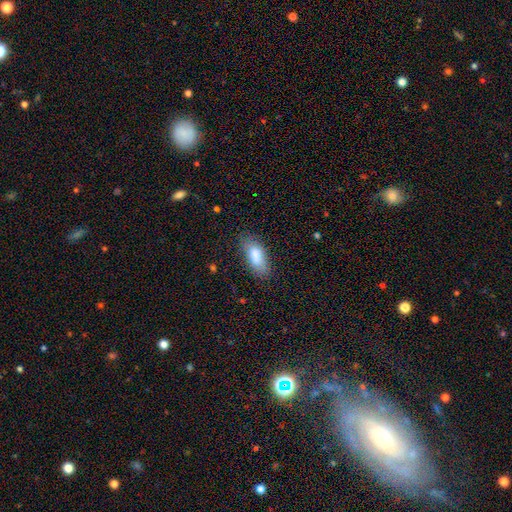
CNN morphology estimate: Overall: smooth (81%). How rounded: in between (81%). Merging: none (72%).